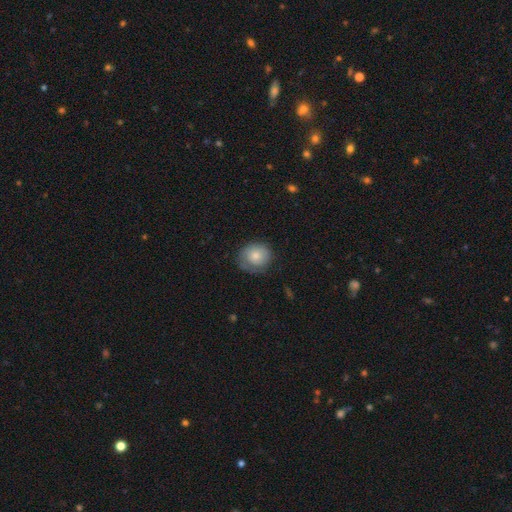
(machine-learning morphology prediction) The model was most divided on "merging": none: 65%, minor disturbance: 25%, major disturbance: 9%, merger: 1%. More confident: how rounded — round (77%); smooth or featured — smooth (73%).